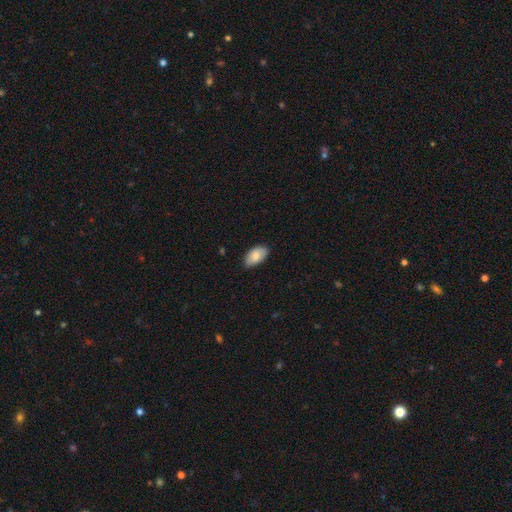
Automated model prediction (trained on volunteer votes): The model was most divided on "merging": none: 82%, minor disturbance: 15%, major disturbance: 2%, merger: 1%. More confident: how rounded — in between (95%); smooth or featured — smooth (84%).